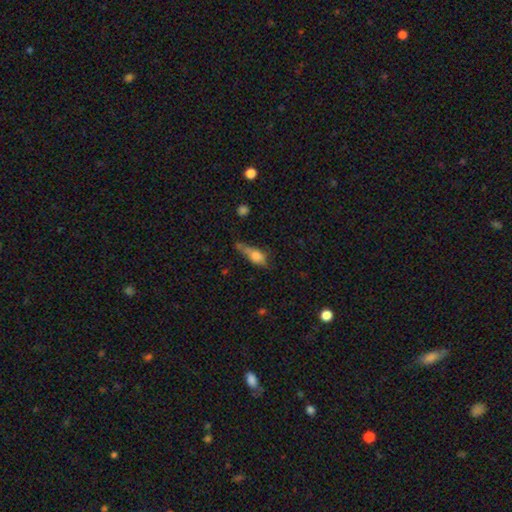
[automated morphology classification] This appears to be a smooth galaxy with no disk features (69%) that is in between round and cigar-shaped (65%). Merging: minor disturbance (35%).